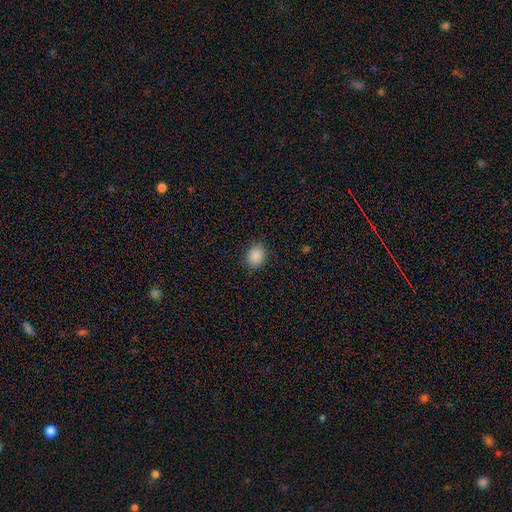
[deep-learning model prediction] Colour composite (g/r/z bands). It shows a smooth galaxy with no disk features (89%) that is round (54%). Merging: none (88%).